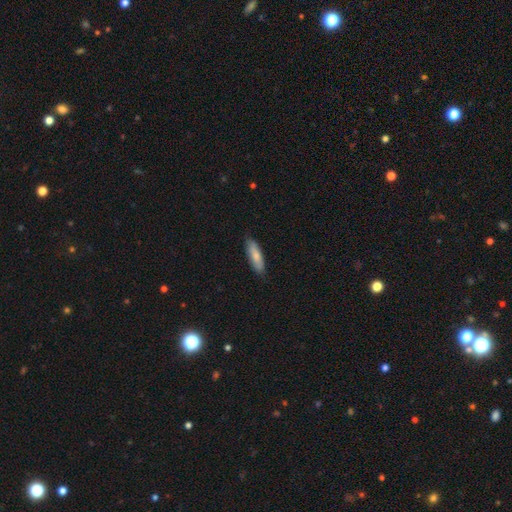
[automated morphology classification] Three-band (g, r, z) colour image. It shows a smooth galaxy with no disk features (76%) that is cigar-shaped (55%). Merging: none (83%).